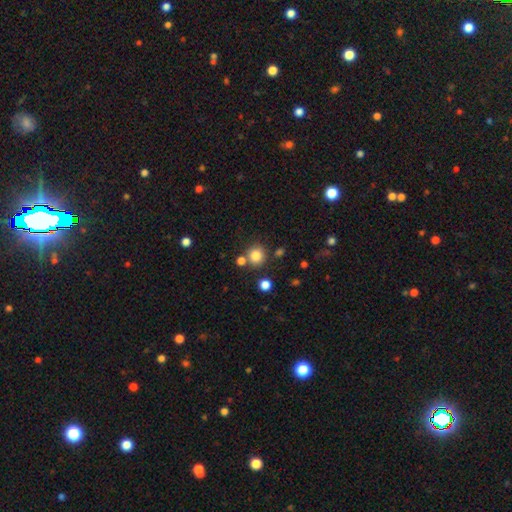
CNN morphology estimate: smooth-or-featured: smooth: 82% | star or artifact: 12% | featured or disk: 6%
  how-rounded: round: 89% | in between: 10% | cigar-shaped: 1%
  merging: none: 75% | merger: 12% | minor disturbance: 9% | major disturbance: 3%